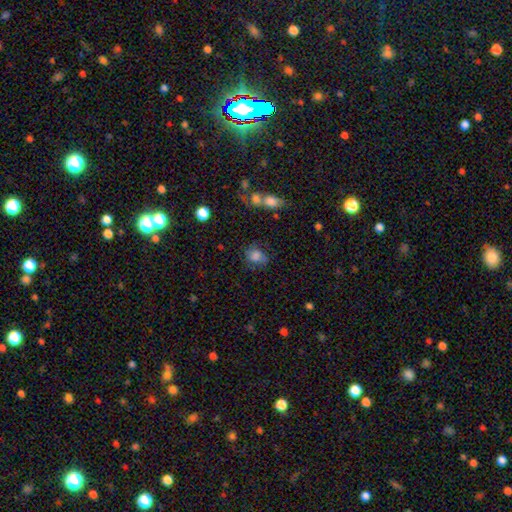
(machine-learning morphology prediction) smooth_or_featured: smooth (p=0.74) [alt: featured or disk p=0.15]
how_rounded: in between (p=0.52) [alt: round p=0.46]
merging: none (p=0.55) [alt: minor disturbance p=0.26]